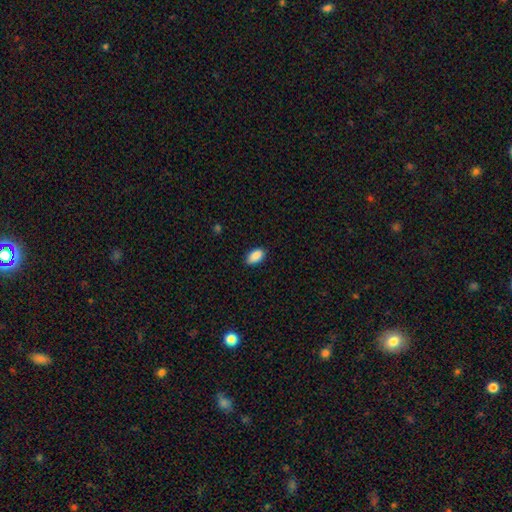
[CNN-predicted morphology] type=smooth (89%); roundness=in between (93%); merging=none (84%).